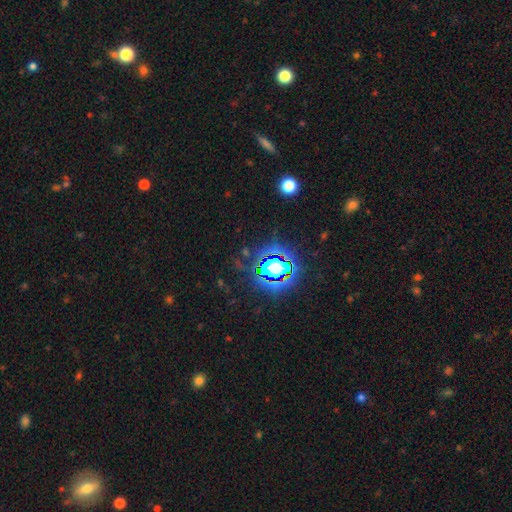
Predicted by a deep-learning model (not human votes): The model was most divided on "smooth or featured": star or artifact: 80%, smooth: 12%, featured or disk: 7%.